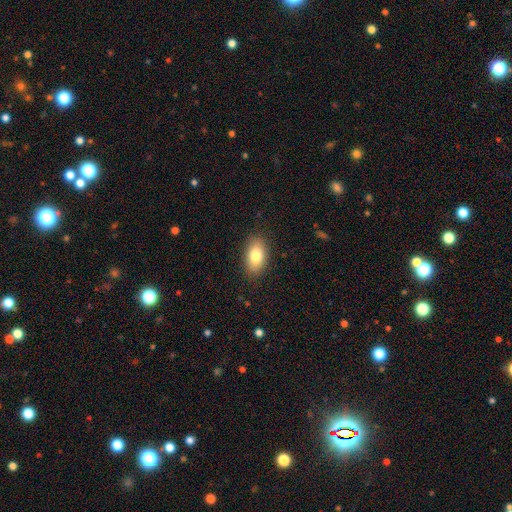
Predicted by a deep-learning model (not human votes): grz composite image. It shows a smooth galaxy with no disk features (81%) that is in between round and cigar-shaped (91%). Merging: none (87%).